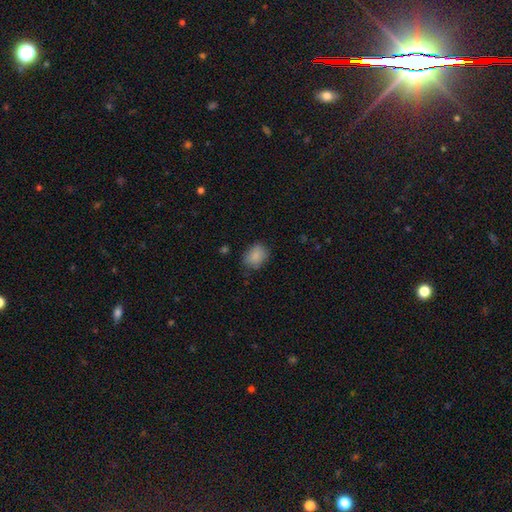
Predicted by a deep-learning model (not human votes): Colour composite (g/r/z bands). It shows a smooth galaxy with no disk features (86%) that is in between round and cigar-shaped (59%). Merging: none (76%).